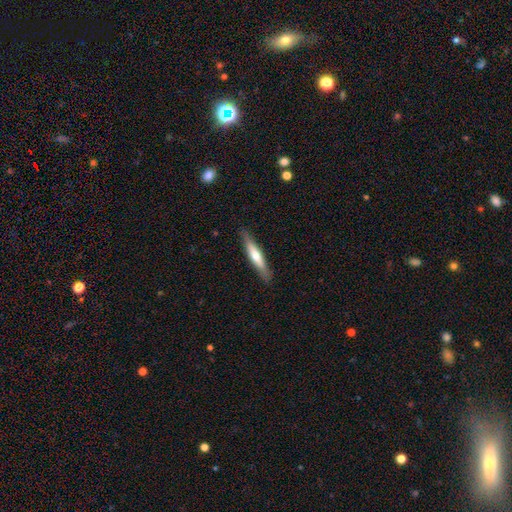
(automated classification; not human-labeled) smooth_or_featured: smooth (p=0.49) [alt: featured or disk p=0.45]
merging: none (p=0.87) [alt: minor disturbance p=0.10]